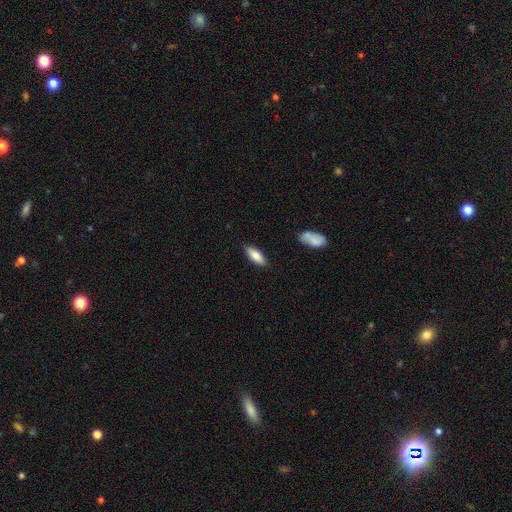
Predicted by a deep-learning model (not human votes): Overall: smooth (80%). How rounded: in between (74%). Merging: none (85%).